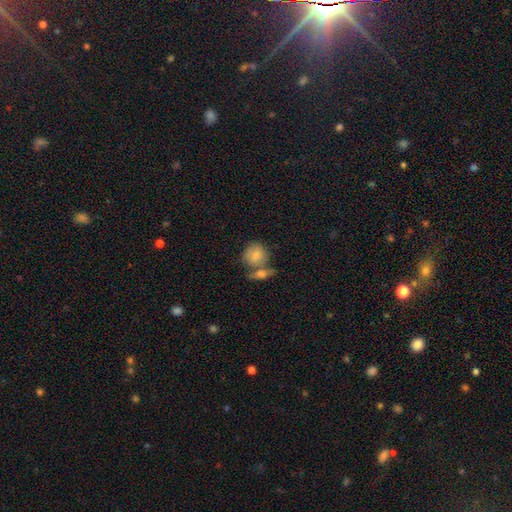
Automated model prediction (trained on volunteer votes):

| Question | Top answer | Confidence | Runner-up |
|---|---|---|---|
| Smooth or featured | smooth | 80% | featured or disk (14%) |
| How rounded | round | 72% | in between (26%) |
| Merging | merger | 42% | none (40%) |